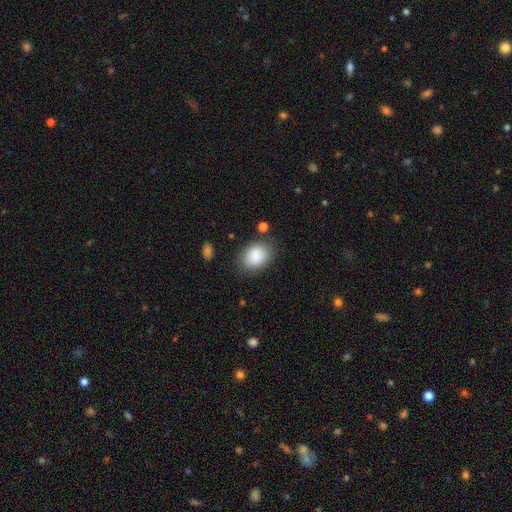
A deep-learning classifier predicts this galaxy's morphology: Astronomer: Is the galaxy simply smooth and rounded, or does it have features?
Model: smooth — 88%.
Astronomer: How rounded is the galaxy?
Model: in between — 71%.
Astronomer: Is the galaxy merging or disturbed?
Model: none — 78%.